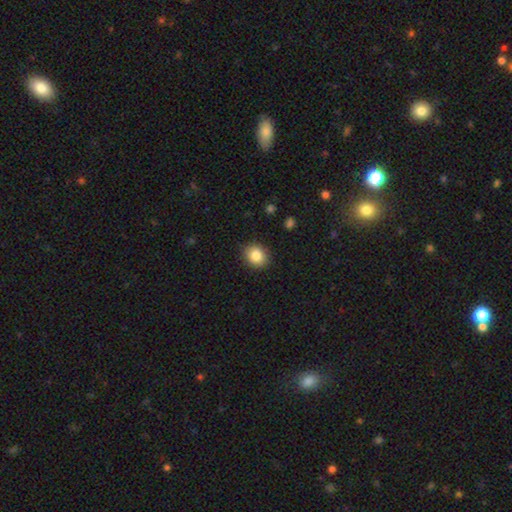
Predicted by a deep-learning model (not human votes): Smooth or featured?
  - smooth: 85% *
  - star or artifact: 9%
  - featured or disk: 6%
How rounded?
  - round: 64% *
  - in between: 36%
  - cigar-shaped: 1%
Merging?
  - none: 89% *
  - minor disturbance: 8%
  - major disturbance: 2%
  - merger: 1%